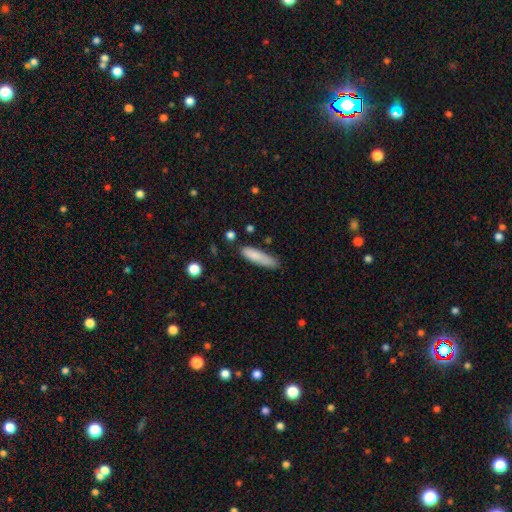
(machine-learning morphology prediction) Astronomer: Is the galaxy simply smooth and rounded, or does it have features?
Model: smooth — 82%.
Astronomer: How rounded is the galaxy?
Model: cigar-shaped — 75%.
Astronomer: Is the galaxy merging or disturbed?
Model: none — 70%.